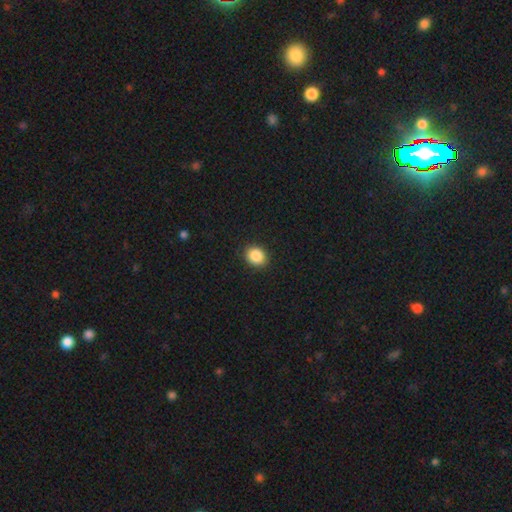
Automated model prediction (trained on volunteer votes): A smooth galaxy with no disk features (88%) that is round (60%).

Vote fractions:
- Smooth or featured? smooth: 88% / star or artifact: 9% / featured or disk: 4%
- How rounded? round: 60% / in between: 39% / cigar-shaped: 1%
- Merging? none: 91% / minor disturbance: 7% / major disturbance: 2% / merger: 1%